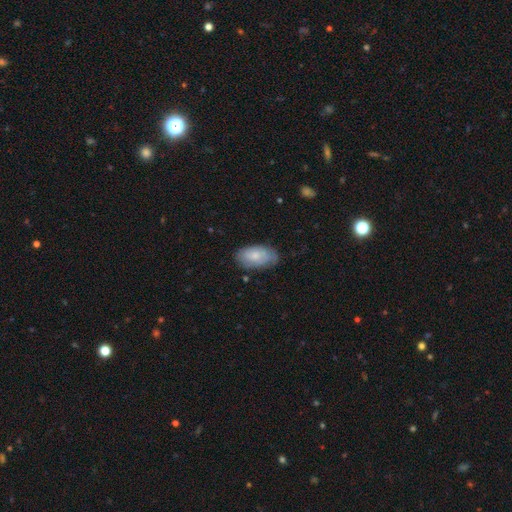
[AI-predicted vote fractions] This appears to be a smooth galaxy with no disk features (66%) that is in between round and cigar-shaped (94%). Merging: none (67%).